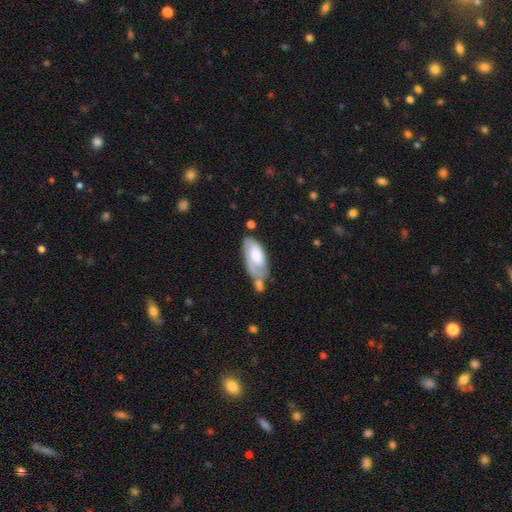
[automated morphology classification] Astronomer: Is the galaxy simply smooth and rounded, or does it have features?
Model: smooth — 50% (runner-up: featured or disk, 44%).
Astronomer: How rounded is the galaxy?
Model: in between — 88%.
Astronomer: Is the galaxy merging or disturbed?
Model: none — 42% (runner-up: minor disturbance, 29%).